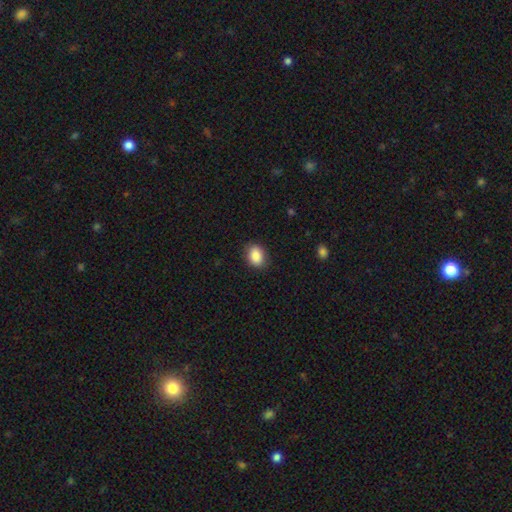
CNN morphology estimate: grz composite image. It shows a smooth galaxy with no disk features (88%) that is in between round and cigar-shaped (66%). Merging: none (86%).